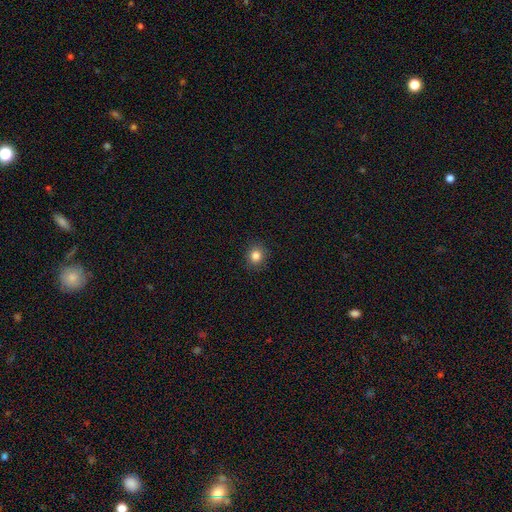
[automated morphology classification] Overall: smooth (84%). How rounded: round (84%). Merging: none (89%).